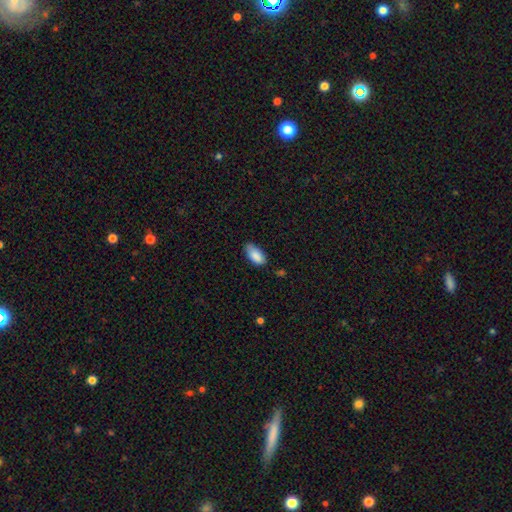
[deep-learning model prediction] smooth_or_featured: smooth (p=0.87) [alt: star or artifact p=0.07]
how_rounded: in between (p=0.92) [alt: cigar-shaped p=0.06]
merging: none (p=0.65) [alt: minor disturbance p=0.29]